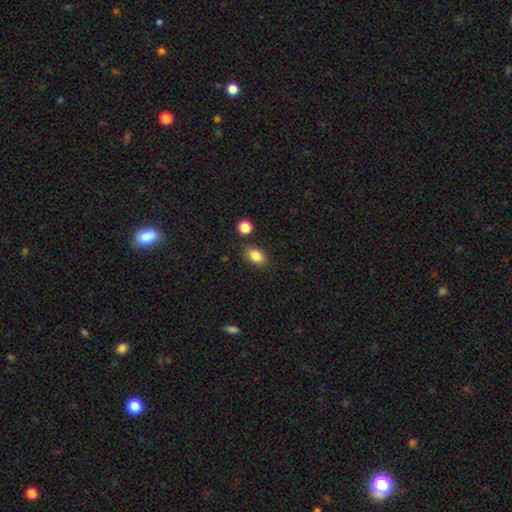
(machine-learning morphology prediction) A smooth galaxy with no disk features (85%) that is in between round and cigar-shaped (80%). Merging: none (82%).